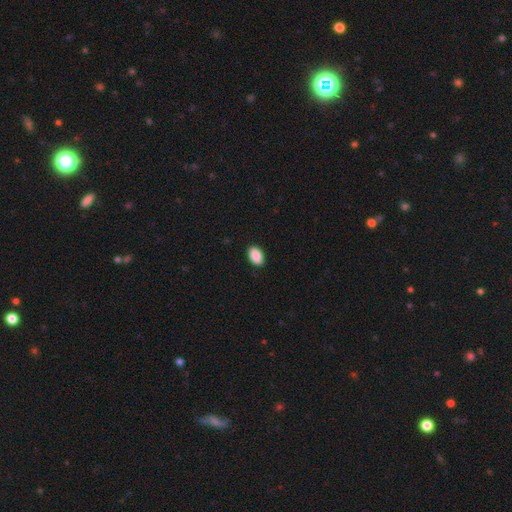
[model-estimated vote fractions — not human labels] smooth-or-featured: smooth: 90% | star or artifact: 7% | featured or disk: 3%
  how-rounded: in between: 91% | round: 7% | cigar-shaped: 1%
  merging: none: 90% | minor disturbance: 7% | major disturbance: 2% | merger: 1%